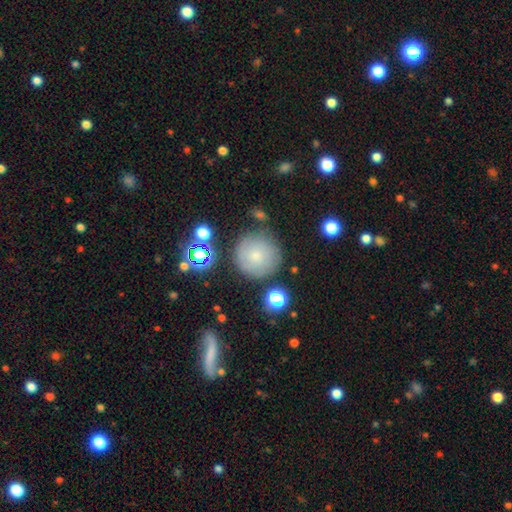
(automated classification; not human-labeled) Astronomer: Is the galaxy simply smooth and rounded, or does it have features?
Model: smooth — 70%.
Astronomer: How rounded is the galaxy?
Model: round — 95%.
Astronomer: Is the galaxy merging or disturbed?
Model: none — 78%.